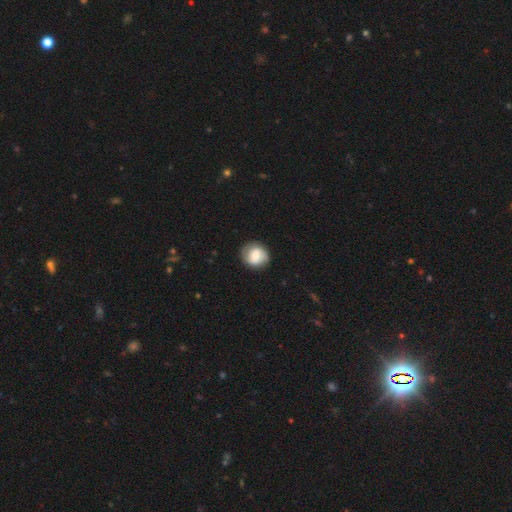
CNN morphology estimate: A smooth galaxy with no disk features (54%) that is round (82%). Merging: none (80%).